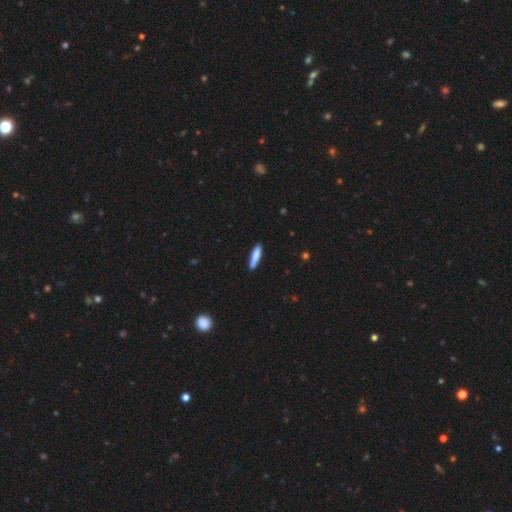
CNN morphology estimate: Overall: smooth (81%). How rounded: cigar-shaped (81%). Merging: none (80%).